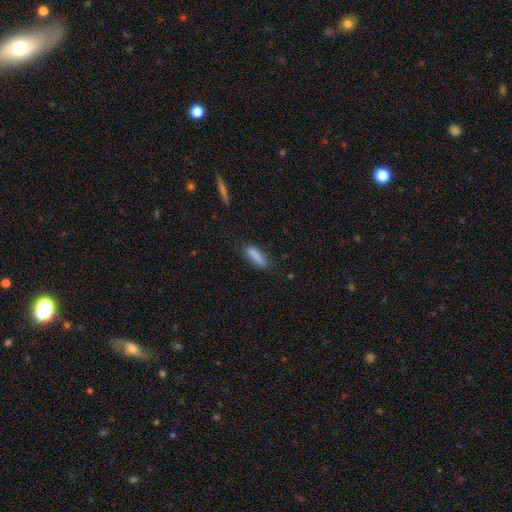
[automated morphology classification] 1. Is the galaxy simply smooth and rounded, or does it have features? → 84% smooth, 9% featured or disk, 7% star or artifact.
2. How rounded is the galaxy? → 61% cigar-shaped, 37% in between, 2% round.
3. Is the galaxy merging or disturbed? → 76% none, 17% minor disturbance, 5% major disturbance, 2% merger.